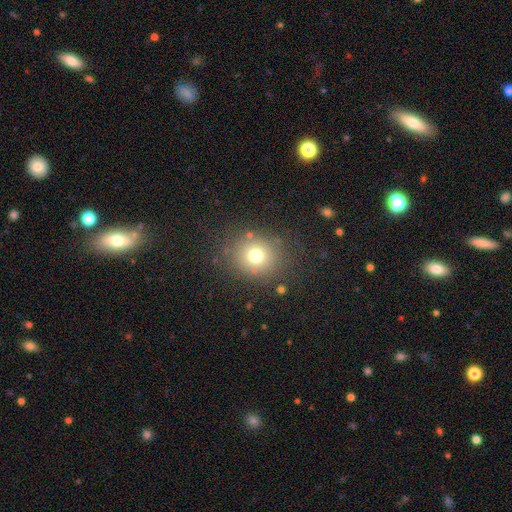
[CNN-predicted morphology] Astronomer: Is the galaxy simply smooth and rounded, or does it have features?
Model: smooth — 73%.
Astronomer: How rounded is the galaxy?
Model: round — 78%.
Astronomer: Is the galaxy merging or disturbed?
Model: none — 82%.